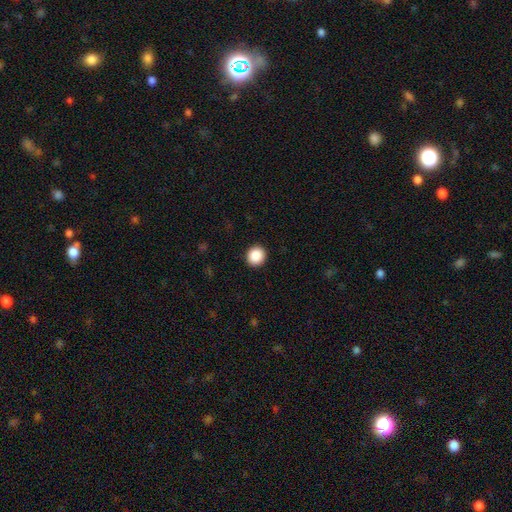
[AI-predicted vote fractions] Smooth or featured? smooth (89%)
How rounded? round (90%)
Merging? none (93%)